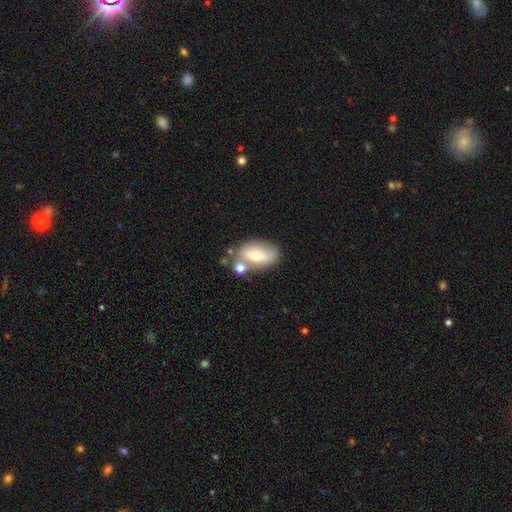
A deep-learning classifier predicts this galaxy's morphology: A smooth galaxy with no disk features (59%) that is in between round and cigar-shaped (85%).

Vote fractions:
- Smooth or featured? smooth: 59% / featured or disk: 33% / star or artifact: 8%
- How rounded? in between: 85% / round: 9% / cigar-shaped: 6%
- Merging? none: 54% / merger: 21% / minor disturbance: 18% / major disturbance: 7%